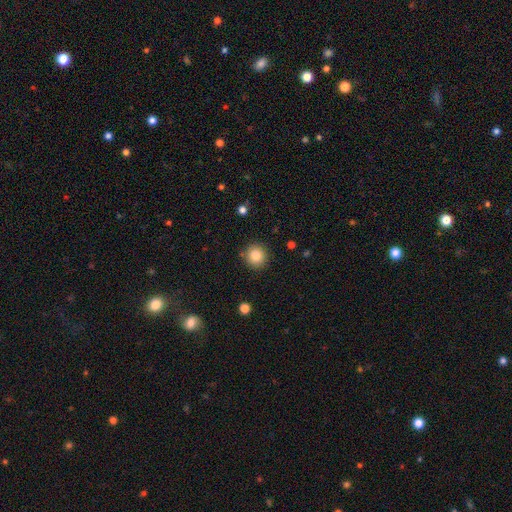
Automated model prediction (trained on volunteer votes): A smooth galaxy with no disk features (83%) that is round (93%). Merging: none (89%).